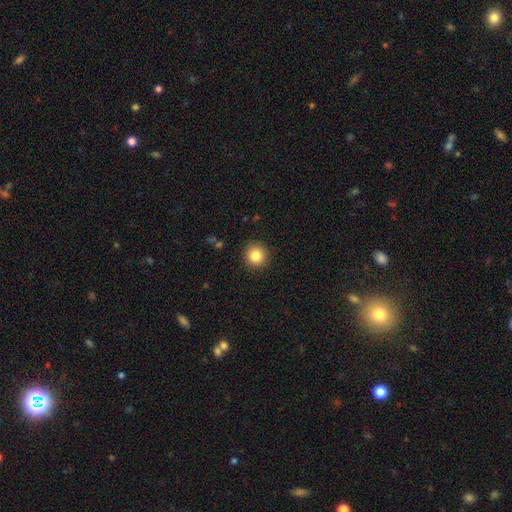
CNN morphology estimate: smooth-or-featured: smooth: 85% | star or artifact: 10% | featured or disk: 6%
  how-rounded: round: 93% | in between: 6% | cigar-shaped: 1%
  merging: none: 91% | minor disturbance: 6% | major disturbance: 2% | merger: 1%